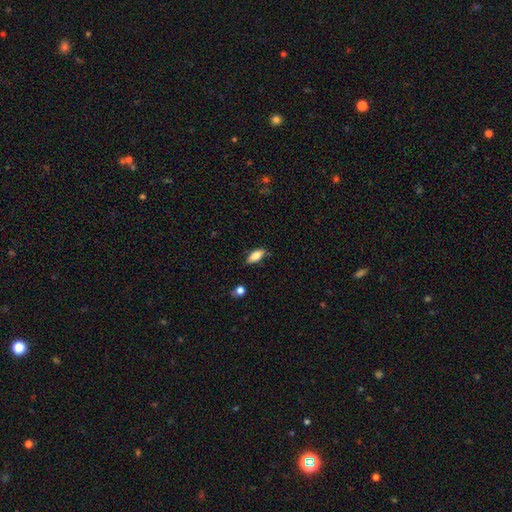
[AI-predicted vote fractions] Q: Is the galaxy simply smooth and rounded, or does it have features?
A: smooth — 77%.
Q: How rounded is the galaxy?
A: in between — 80%.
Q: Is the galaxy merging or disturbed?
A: none — 79%.